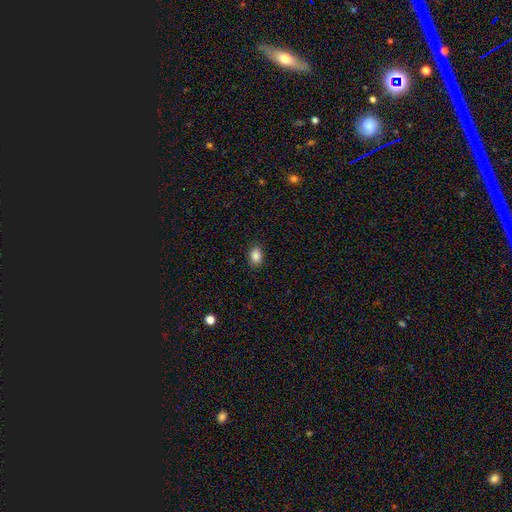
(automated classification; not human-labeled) The model was most divided on "how rounded": in between: 67%, round: 32%, cigar-shaped: 1%. More confident: merging — none (88%); smooth or featured — smooth (87%).